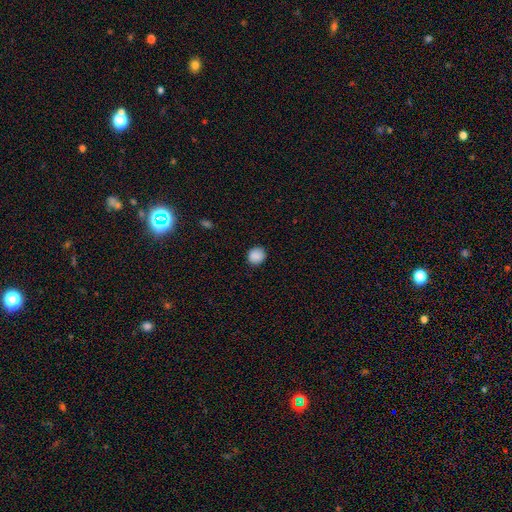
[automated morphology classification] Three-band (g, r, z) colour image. It shows a smooth galaxy with no disk features (89%) that is round (83%). Merging: none (89%).